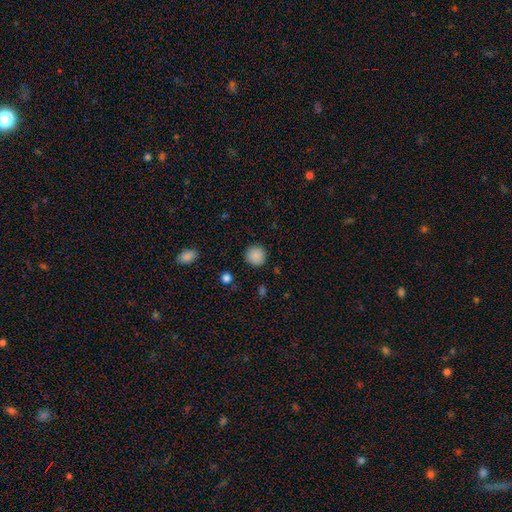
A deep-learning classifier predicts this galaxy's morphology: smooth 88%, star or artifact 9%, featured or disk 3%. Down the decision tree: how rounded — round (92%); merging — none (90%).